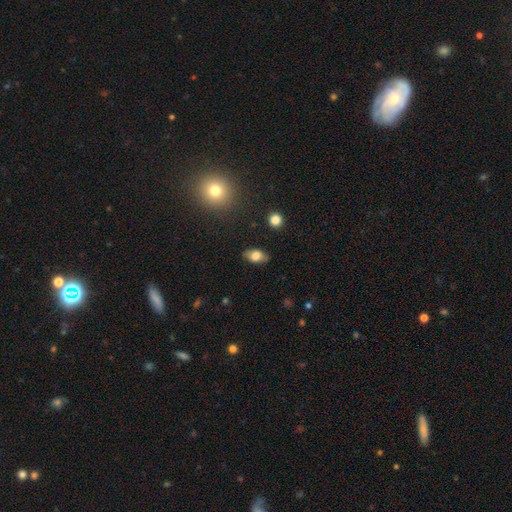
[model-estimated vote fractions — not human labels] Morphology: type=smooth (74%); roundness=in between (89%); merging=none (84%).